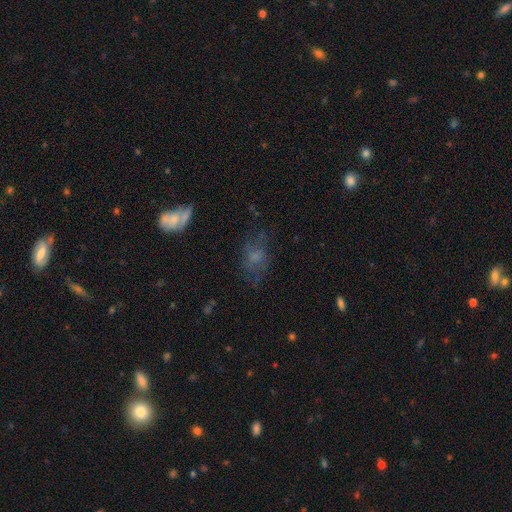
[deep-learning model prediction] Overall: smooth (47%; featured or disk 34%). Merging: none (58%; minor disturbance 21%).